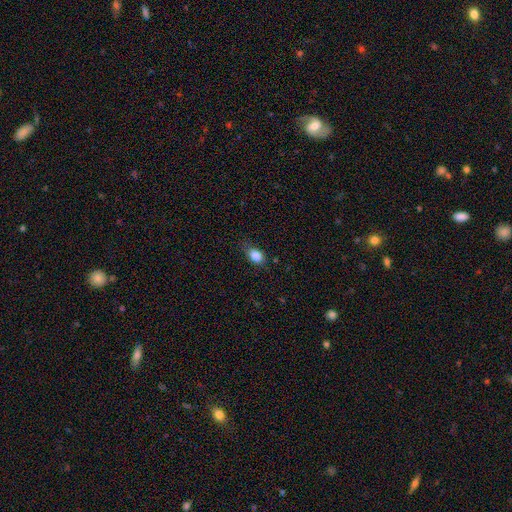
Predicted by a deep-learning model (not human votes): This appears to be a smooth galaxy with no disk features (84%) that is in between round and cigar-shaped (67%). Merging: none (67%).